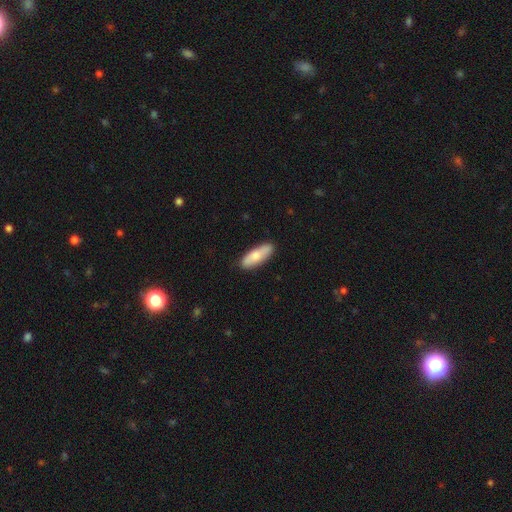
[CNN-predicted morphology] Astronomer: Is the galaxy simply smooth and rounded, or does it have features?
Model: smooth — 76%.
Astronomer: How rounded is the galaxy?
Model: in between — 61% (runner-up: cigar-shaped, 37%).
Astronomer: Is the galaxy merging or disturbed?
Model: none — 86%.